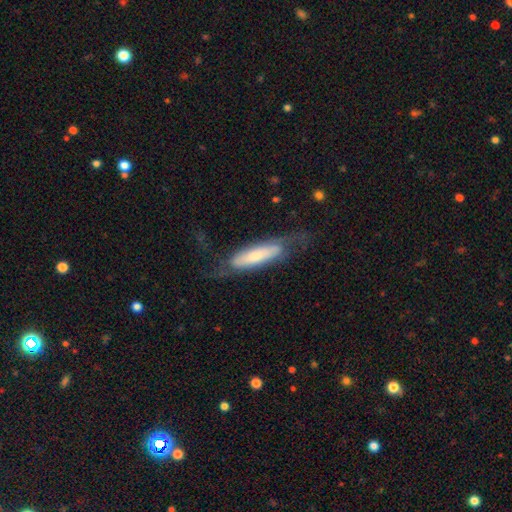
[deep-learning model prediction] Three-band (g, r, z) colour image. It shows a featured or disk galaxy (49%). Merging: none (58%).